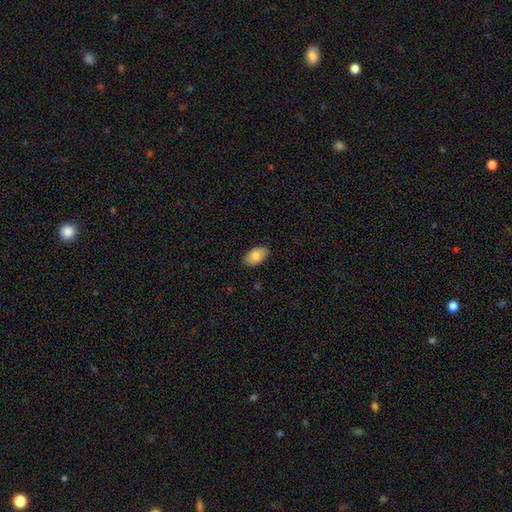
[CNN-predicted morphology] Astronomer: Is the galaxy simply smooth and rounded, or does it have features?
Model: smooth — 83%.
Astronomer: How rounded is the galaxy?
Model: in between — 95%.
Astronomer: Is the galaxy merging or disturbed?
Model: none — 87%.